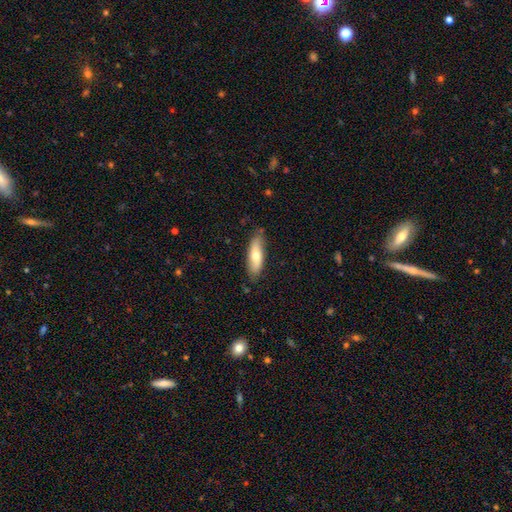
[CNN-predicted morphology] Q: Smooth or featured?
A: smooth (65%); runner-up: featured or disk (29%)
Q: How rounded?
A: in between (58%); runner-up: cigar-shaped (40%)
Q: Merging?
A: none (78%); runner-up: minor disturbance (18%)